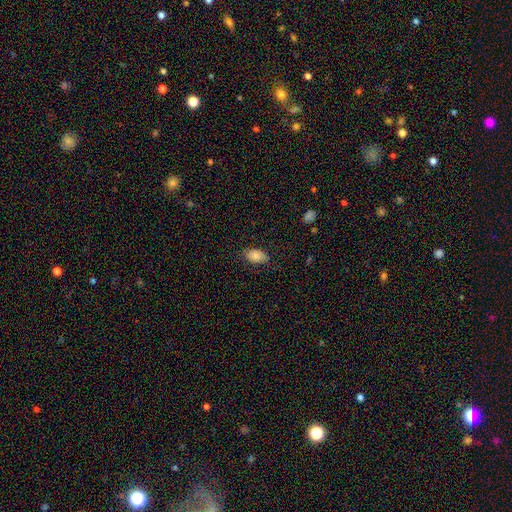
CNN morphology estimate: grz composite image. It shows a smooth galaxy with no disk features (80%) that is in between round and cigar-shaped (92%). Merging: none (77%).